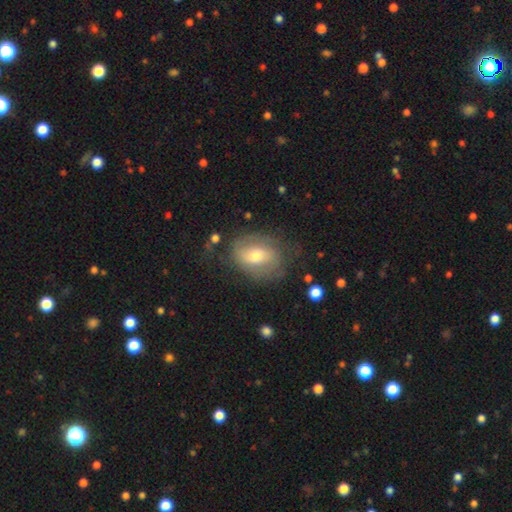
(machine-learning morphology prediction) featured or disk 55%, smooth 37%, star or artifact 8%. Down the decision tree: edge-on disk — no (95%); bar — weak (42%); spiral arms — yes (72%); bulge size — moderate (64%); merging — none (62%).